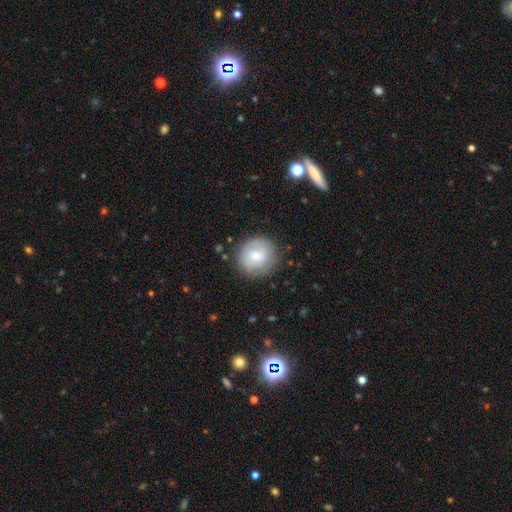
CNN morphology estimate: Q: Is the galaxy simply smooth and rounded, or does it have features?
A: smooth — 57%.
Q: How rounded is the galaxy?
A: round — 90%.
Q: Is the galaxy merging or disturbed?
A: none — 81%.